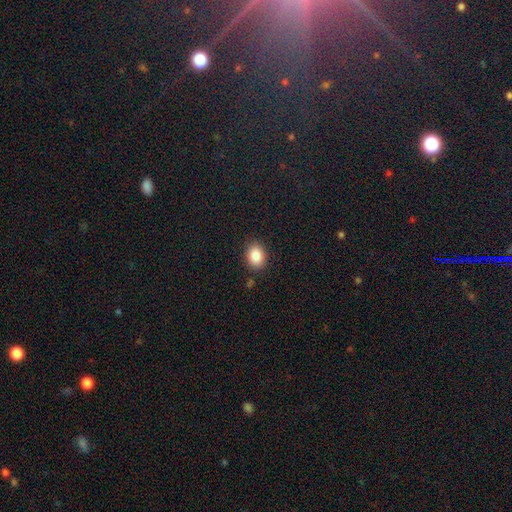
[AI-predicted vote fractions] A smooth galaxy with no disk features (88%) that is in between round and cigar-shaped (59%).

Vote fractions:
- Smooth or featured? smooth: 88% / star or artifact: 9% / featured or disk: 4%
- How rounded? in between: 59% / round: 40% / cigar-shaped: 1%
- Merging? none: 86% / minor disturbance: 9% / major disturbance: 3% / merger: 2%